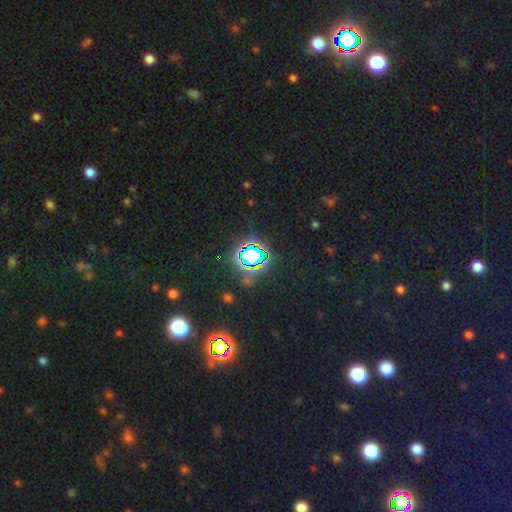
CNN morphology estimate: Smooth or featured?
  - star or artifact: 74% *
  - smooth: 17%
  - featured or disk: 8%